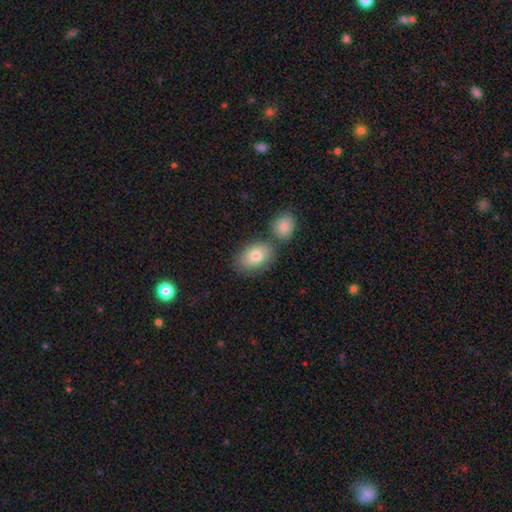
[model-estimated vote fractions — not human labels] smooth_or_featured: smooth (p=0.80) [alt: featured or disk p=0.12]
how_rounded: in between (p=0.83) [alt: round p=0.16]
merging: none (p=0.63) [alt: merger p=0.20]